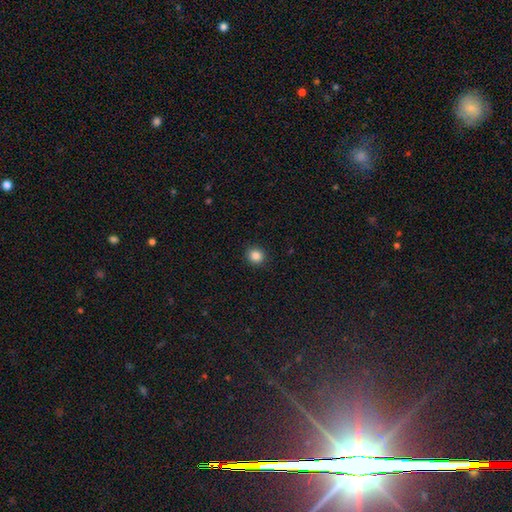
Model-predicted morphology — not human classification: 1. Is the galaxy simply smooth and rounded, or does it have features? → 86% smooth, 11% star or artifact, 3% featured or disk.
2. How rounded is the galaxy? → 86% round, 13% in between, 1% cigar-shaped.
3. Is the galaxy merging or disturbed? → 91% none, 6% minor disturbance, 2% major disturbance, 1% merger.